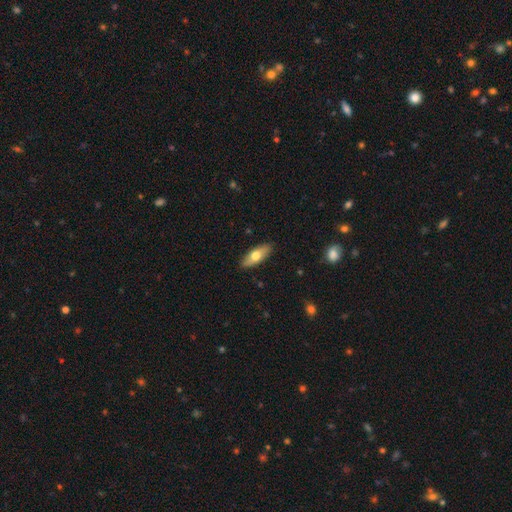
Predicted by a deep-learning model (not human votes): This appears to be a smooth galaxy with no disk features (65%) that is in between round and cigar-shaped (71%). Merging: none (88%).